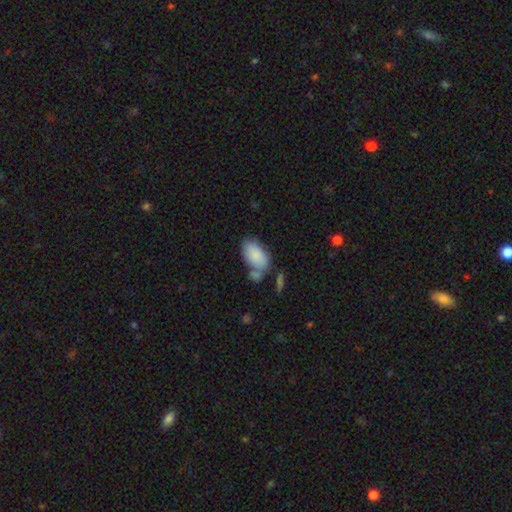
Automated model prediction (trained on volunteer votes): A smooth galaxy with no disk features (85%) that is in between round and cigar-shaped (94%). Merging: none (51%).